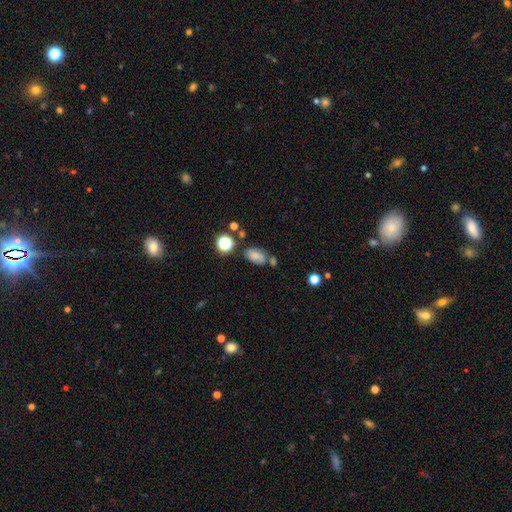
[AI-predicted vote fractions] This is likely a smooth galaxy (72%). How rounded: clearly in between (86%). Merging: possibly none (55%).